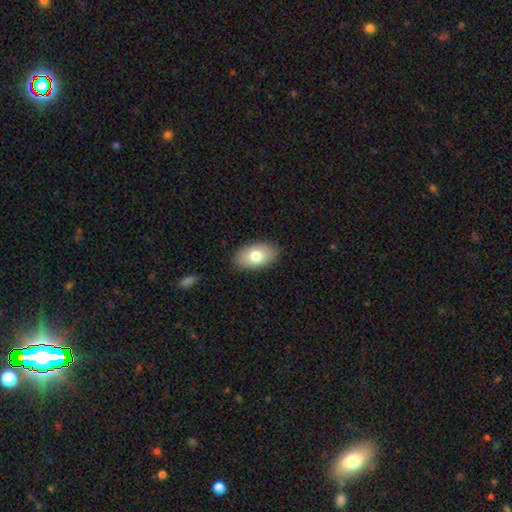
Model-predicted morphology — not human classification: A smooth galaxy with no disk features (77%) that is in between round and cigar-shaped (92%). Merging: none (86%).